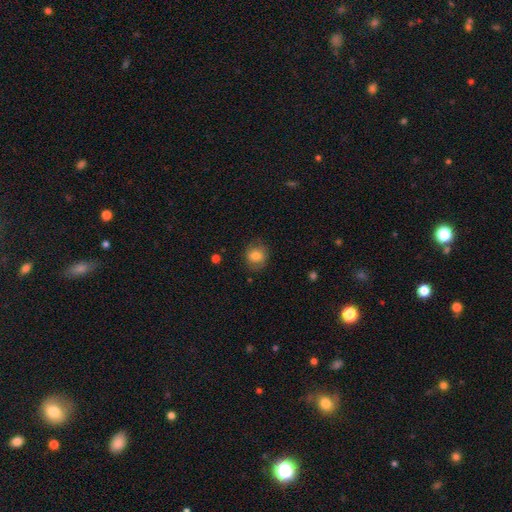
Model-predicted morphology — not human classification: A smooth galaxy with no disk features (77%) that is round (76%). Merging: none (77%).